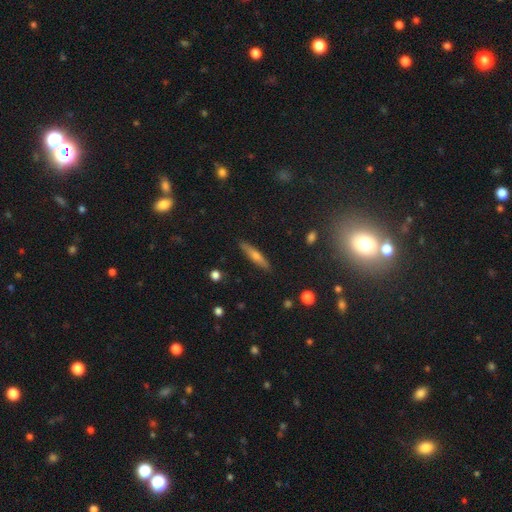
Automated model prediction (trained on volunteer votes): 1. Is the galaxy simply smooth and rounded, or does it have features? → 47% smooth, 44% featured or disk, 9% star or artifact.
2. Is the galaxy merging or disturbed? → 89% none, 8% minor disturbance, 2% major disturbance, 1% merger.